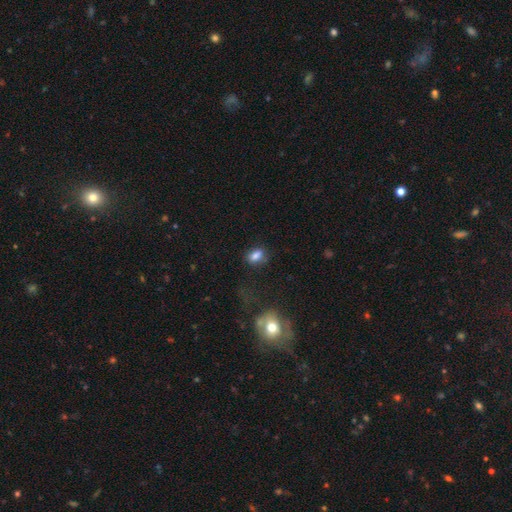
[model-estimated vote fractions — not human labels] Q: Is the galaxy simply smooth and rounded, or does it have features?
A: smooth — 80%.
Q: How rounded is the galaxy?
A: in between — 78%.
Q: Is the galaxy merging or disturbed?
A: none — 69%.